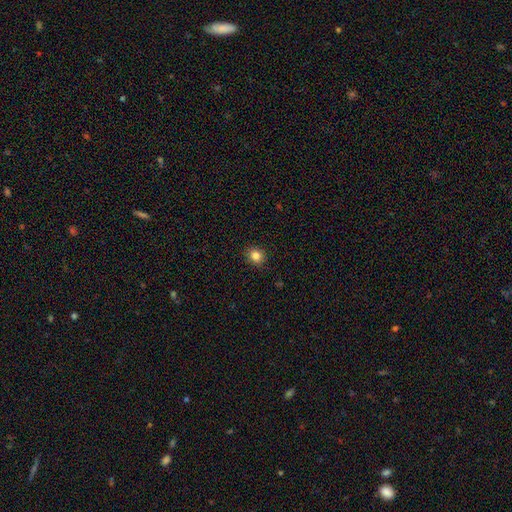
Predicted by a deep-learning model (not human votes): Smooth or featured? smooth (84%)
How rounded? round (76%)
Merging? none (91%)